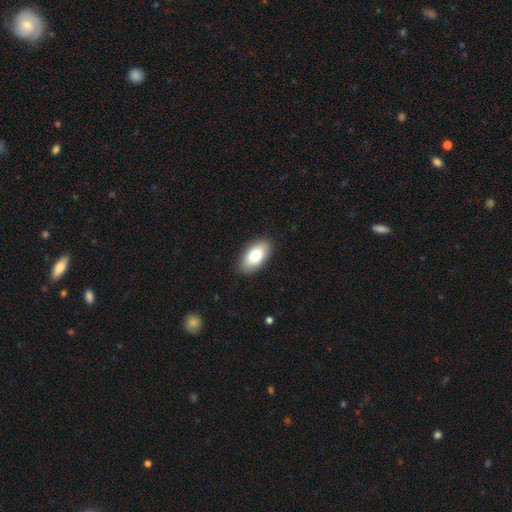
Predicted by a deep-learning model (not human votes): Overall: smooth (79%). How rounded: in between (94%). Merging: none (88%).